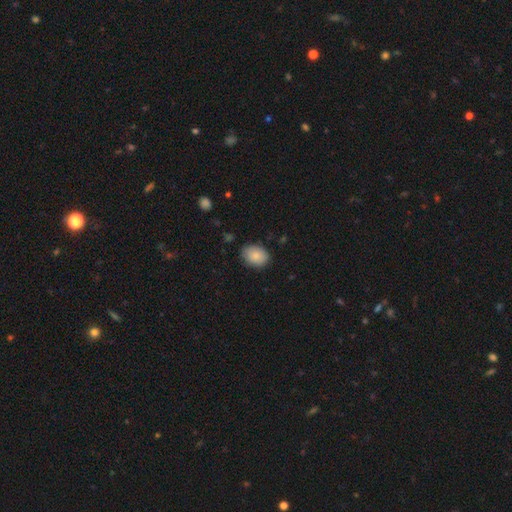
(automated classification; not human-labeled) smooth 85%, star or artifact 7%, featured or disk 7%. Down the decision tree: how rounded — in between (73%); merging — none (83%).